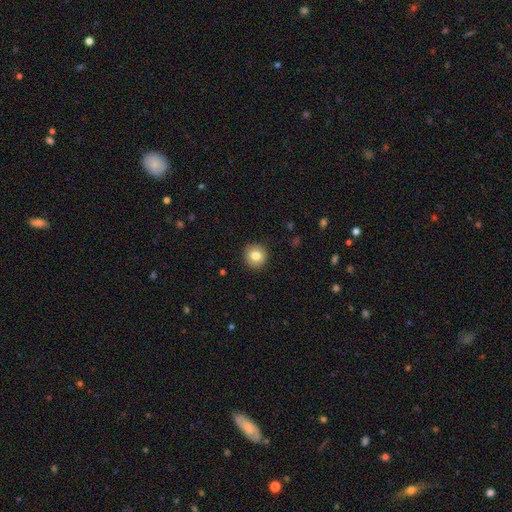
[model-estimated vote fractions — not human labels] Smooth or featured: smooth — 80% (featured or disk — 11%)
How rounded: round — 92% (in between — 7%)
Merging: none — 91% (minor disturbance — 6%)